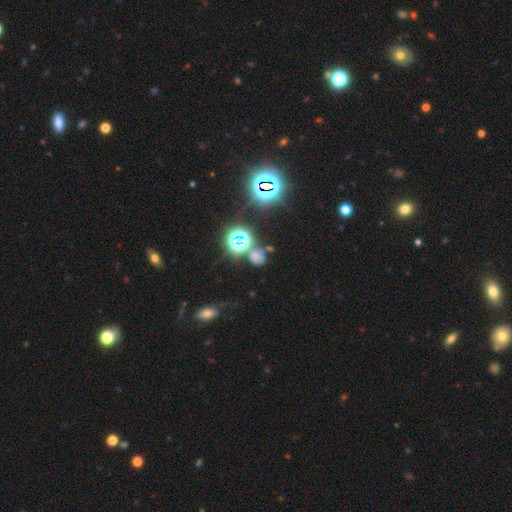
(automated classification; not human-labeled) Smooth or featured? Predicted: star or artifact (p=0.49).